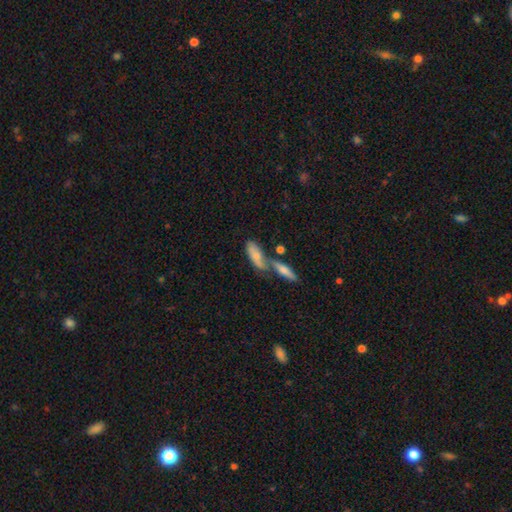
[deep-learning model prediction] Smooth or featured? smooth (64%)
How rounded? in between (67%)
Merging? merger (50%)